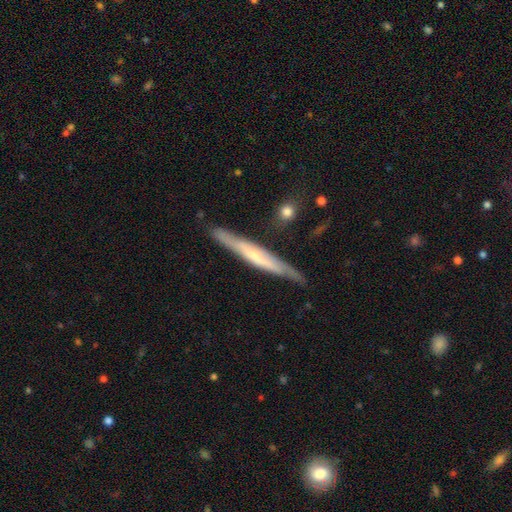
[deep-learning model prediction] Smooth or featured? Predicted: featured or disk (p=0.65). Edge-on disk? Predicted: yes (p=0.91). Edge-on bulge? Predicted: none (p=0.46). Merging? Predicted: none (p=0.79).